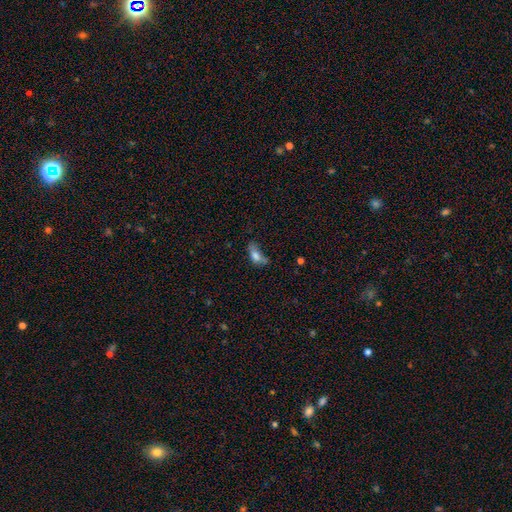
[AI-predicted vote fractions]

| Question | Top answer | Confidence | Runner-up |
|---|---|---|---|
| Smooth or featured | smooth | 72% | featured or disk (18%) |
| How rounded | in between | 79% | cigar-shaped (15%) |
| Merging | minor disturbance | 34% | none (30%) |